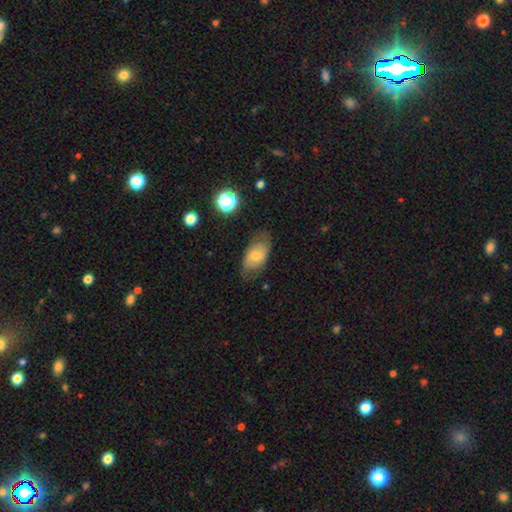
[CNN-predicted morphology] Smooth or featured? smooth (60%)
How rounded? in between (90%)
Merging? none (67%)